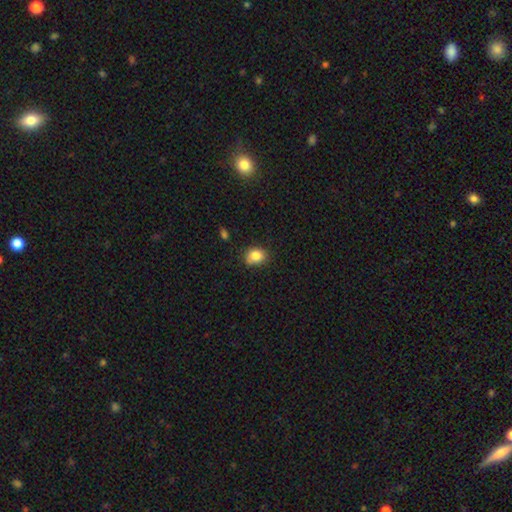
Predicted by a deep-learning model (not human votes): This appears to be a smooth galaxy with no disk features (83%) that is round (51%). Merging: none (78%).